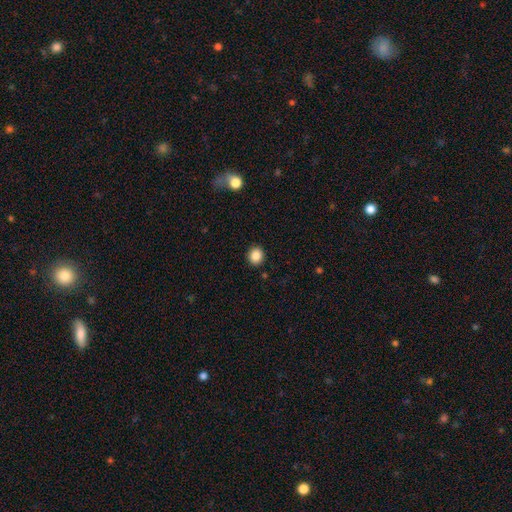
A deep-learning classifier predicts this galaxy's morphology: type=smooth (86%); roundness=round (82%); merging=none (91%).